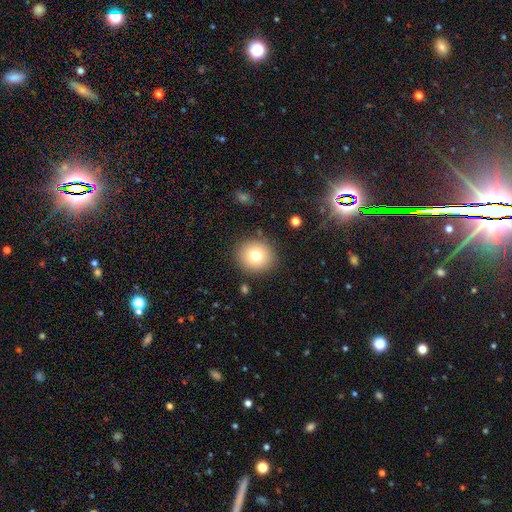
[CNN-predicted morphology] The model was most divided on "smooth or featured": smooth: 75%, featured or disk: 13%, star or artifact: 12%. More confident: merging — none (88%); how rounded — round (87%).